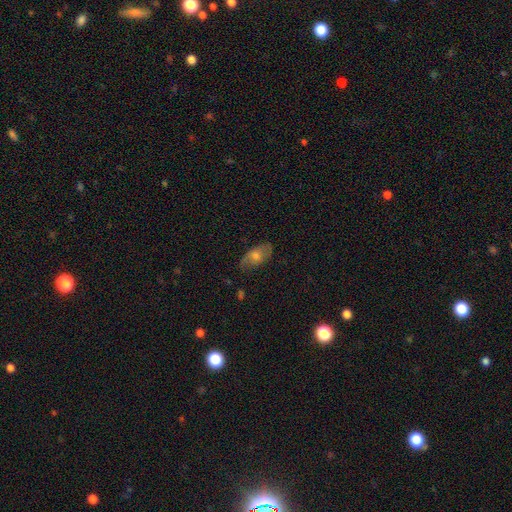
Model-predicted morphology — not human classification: smooth_or_featured: featured or disk (p=0.46) [alt: smooth p=0.44]
merging: none (p=0.69) [alt: minor disturbance p=0.22]